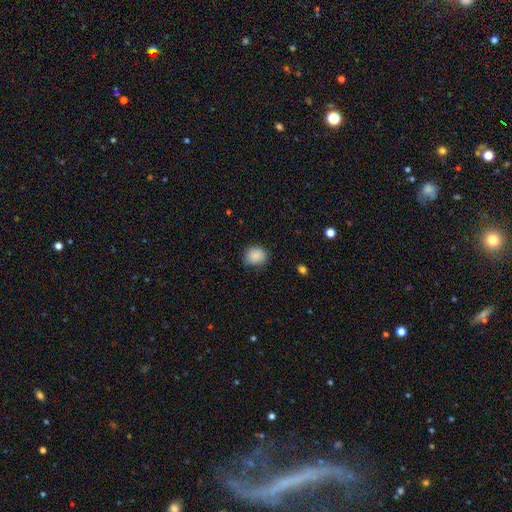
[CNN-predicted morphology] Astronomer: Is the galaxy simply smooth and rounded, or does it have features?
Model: smooth — 87%.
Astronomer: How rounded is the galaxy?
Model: round — 73%.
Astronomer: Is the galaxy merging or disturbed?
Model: none — 75%.